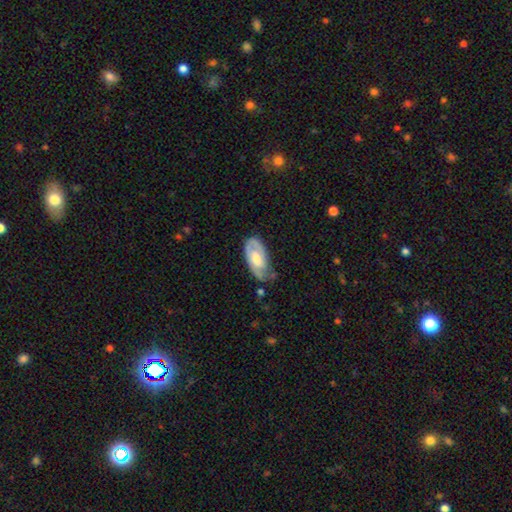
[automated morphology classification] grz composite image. It shows a featured or disk galaxy (61%) with no bar (59%), spiral arms (75%) and a moderate central bulge (61%). Merging: none (57%).